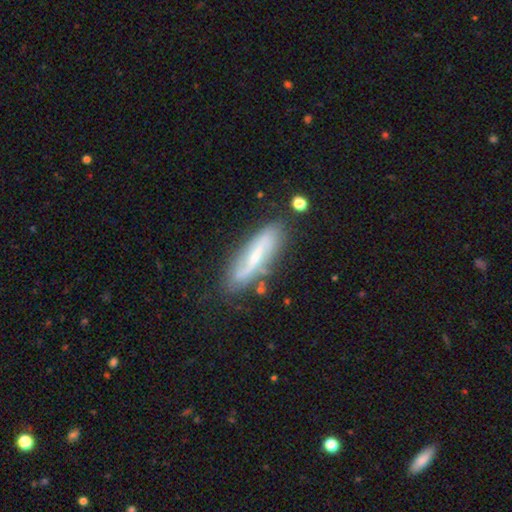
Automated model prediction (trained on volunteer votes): Smooth or featured? featured or disk (62%)
Edge-on disk? no (64%)
Merging? none (74%)